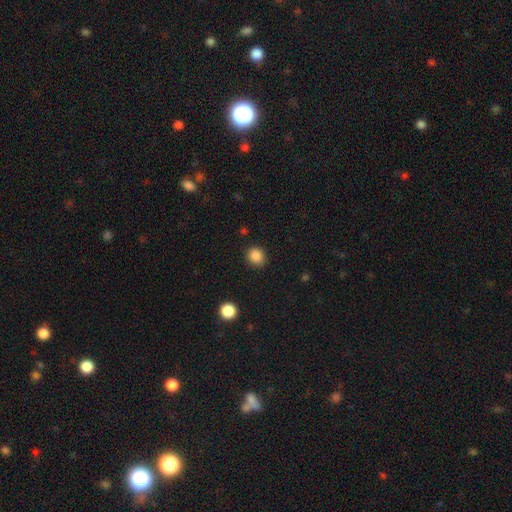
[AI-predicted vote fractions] smooth_or_featured: smooth (p=0.86) [alt: star or artifact p=0.11]
how_rounded: round (p=0.80) [alt: in between p=0.20]
merging: none (p=0.88) [alt: minor disturbance p=0.09]